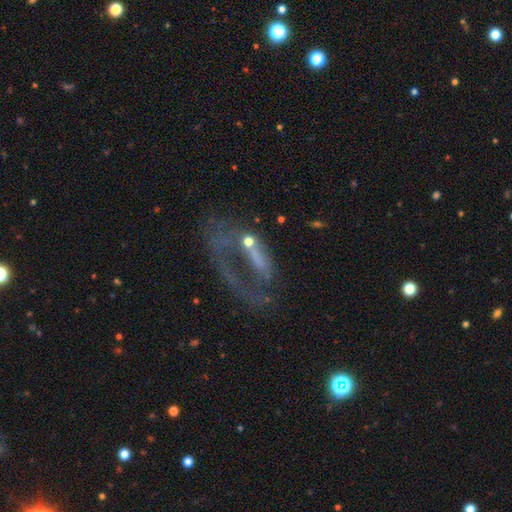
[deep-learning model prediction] This appears to be a featured or disk galaxy (63%) with no bar (65%), no spiral arms (62%) and a small central bulge (35%). Merging: major disturbance (50%).